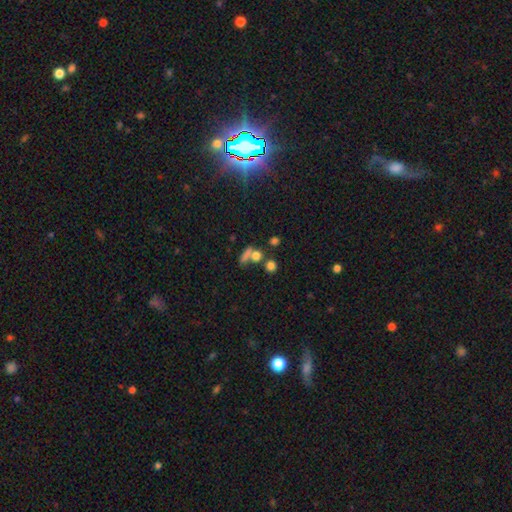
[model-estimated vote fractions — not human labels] This appears to be a smooth galaxy with no disk features (70%) that is round (72%). Merging: none (49%).